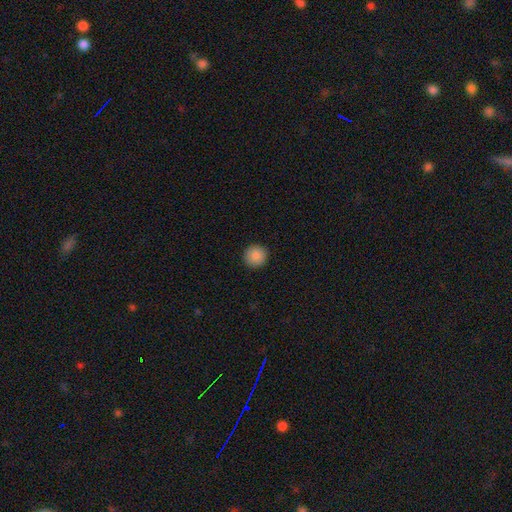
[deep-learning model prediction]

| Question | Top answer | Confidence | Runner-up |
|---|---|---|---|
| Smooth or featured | smooth | 87% | star or artifact (9%) |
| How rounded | round | 95% | in between (4%) |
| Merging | none | 92% | minor disturbance (5%) |